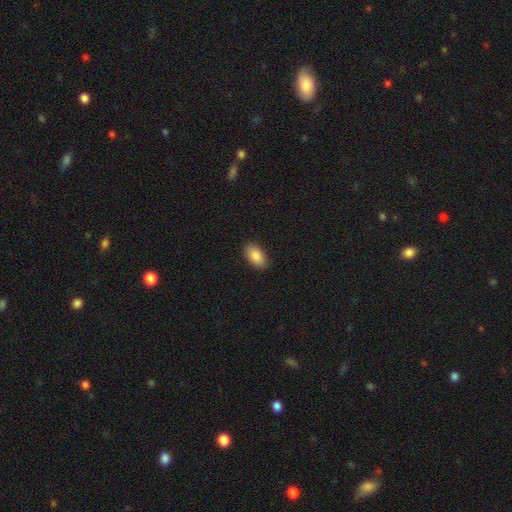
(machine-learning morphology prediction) A smooth galaxy with no disk features (88%) that is in between round and cigar-shaped (94%). Merging: none (88%).